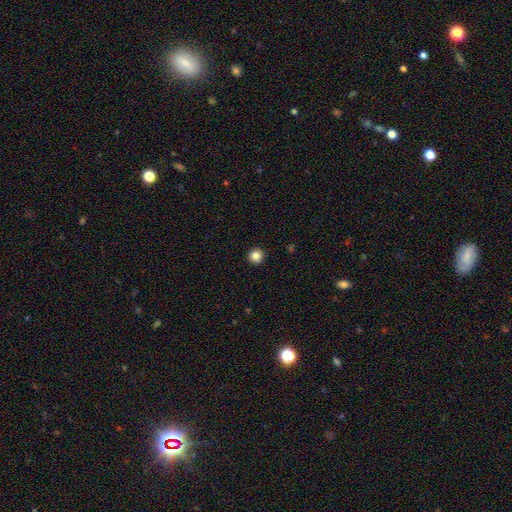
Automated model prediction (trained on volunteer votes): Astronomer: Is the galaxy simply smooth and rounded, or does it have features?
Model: smooth — 85%.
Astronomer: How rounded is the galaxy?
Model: round — 96%.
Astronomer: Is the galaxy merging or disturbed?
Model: none — 94%.